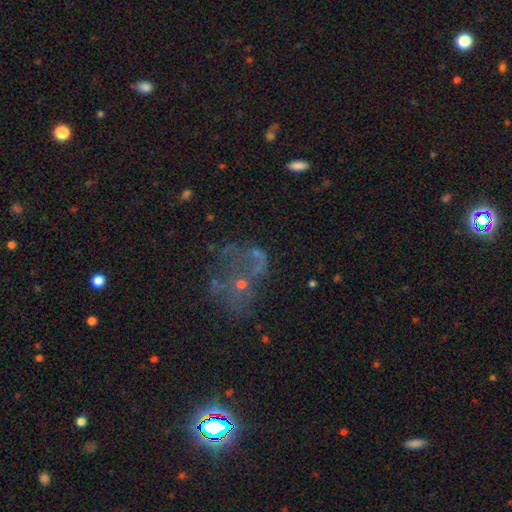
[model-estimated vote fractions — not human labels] smooth_or_featured: featured or disk (p=0.45) [alt: smooth p=0.28]
merging: major disturbance (p=0.40) [alt: none p=0.32]